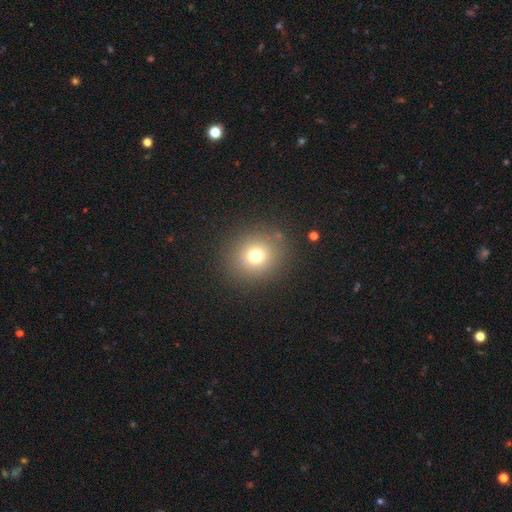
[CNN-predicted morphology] This appears to be a smooth galaxy with no disk features (73%) that is round (87%). Merging: none (87%).